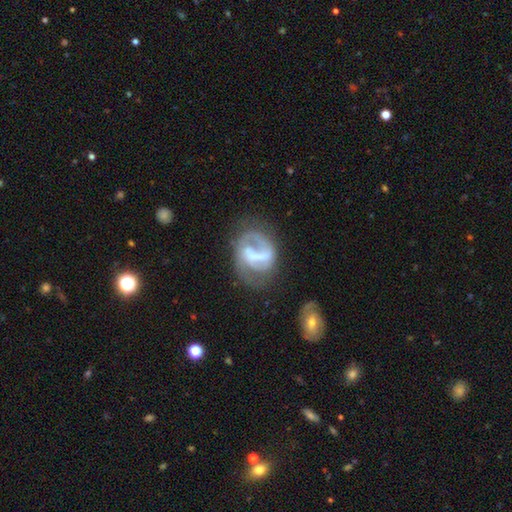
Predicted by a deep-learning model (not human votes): Smooth or featured?
  - featured or disk: 75% *
  - smooth: 18%
  - star or artifact: 7%
Edge-on disk?
  - no: 98% *
  - yes: 2%
Bar?
  - strong: 41% *
  - weak: 39%
  - no: 20%
Spiral arms?
  - yes: 77% *
  - no: 23%
Spiral winding?
  - medium: 42% *
  - tight: 30%
  - loose: 27%
Spiral arm count?
  - 2: 51% *
  - 1: 28%
  - can't tell: 15%
  - 3: 4%
  - 4: 1%
  - more than 4: 1%
Bulge size?
  - none: 43% *
  - moderate: 23%
  - small: 23%
  - large: 10%
  - dominant: 2%
Merging?
  - none: 46% *
  - major disturbance: 27%
  - minor disturbance: 22%
  - merger: 6%